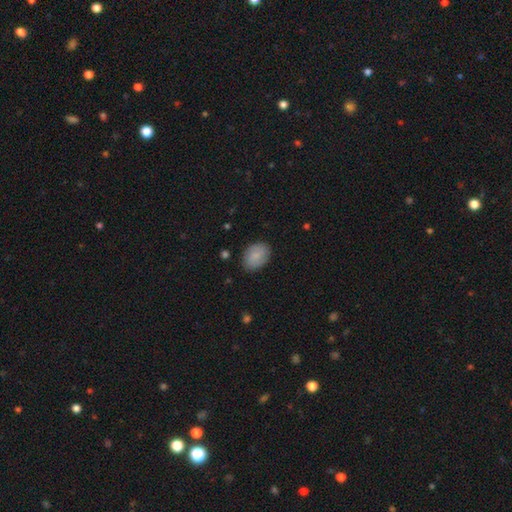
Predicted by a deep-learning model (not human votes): This is likely a smooth galaxy (79%). How rounded: likely in between (80%). Merging: clearly none (83%).